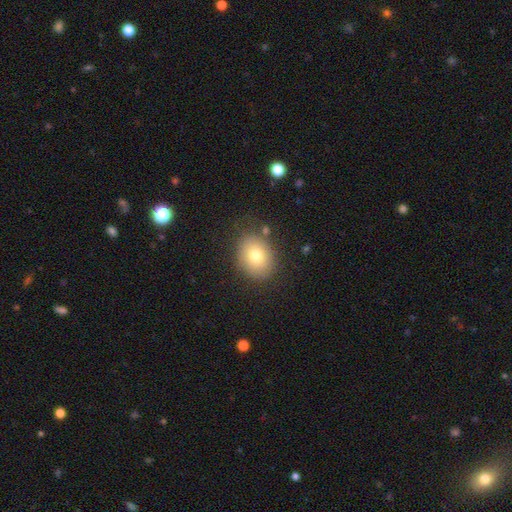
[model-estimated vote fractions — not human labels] Morphology: type=smooth (76%); roundness=round (52%); merging=none (82%).